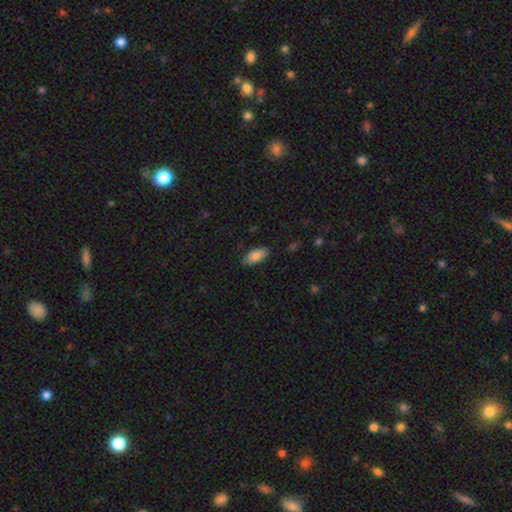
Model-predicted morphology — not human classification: type=smooth (85%); roundness=in between (89%); merging=none (85%).